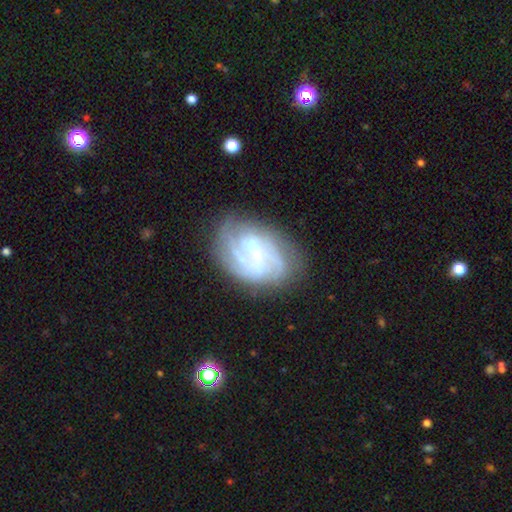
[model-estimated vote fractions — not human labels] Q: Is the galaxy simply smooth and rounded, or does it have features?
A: featured or disk — 75%.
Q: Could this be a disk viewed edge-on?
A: no — 97%.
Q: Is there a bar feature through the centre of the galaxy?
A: weak — 43%.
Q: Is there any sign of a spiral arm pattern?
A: yes — 84%.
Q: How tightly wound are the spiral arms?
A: tight — 49%.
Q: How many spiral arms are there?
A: can't tell — 37%.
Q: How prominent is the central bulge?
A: small — 46%.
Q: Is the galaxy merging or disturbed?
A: none — 61%.